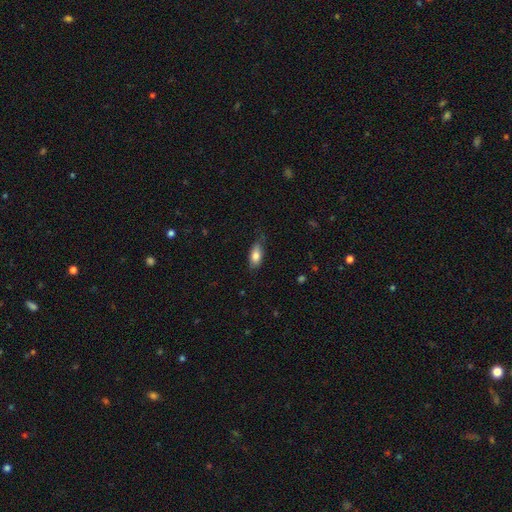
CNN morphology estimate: This appears to be a smooth galaxy with no disk features (80%) that is in between round and cigar-shaped (84%). Merging: none (68%).